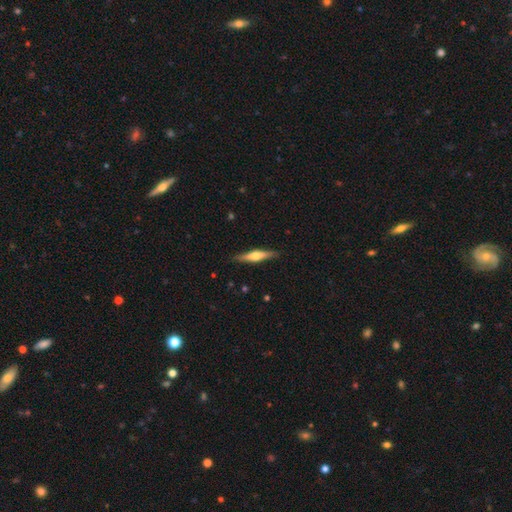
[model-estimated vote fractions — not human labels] smooth_or_featured: featured or disk (p=0.59) [alt: smooth p=0.36]
disk_edge_on: yes (p=0.95) [alt: no p=0.05]
edge_on_bulge: rounded (p=0.90) [alt: boxy p=0.06]
merging: none (p=0.88) [alt: minor disturbance p=0.09]